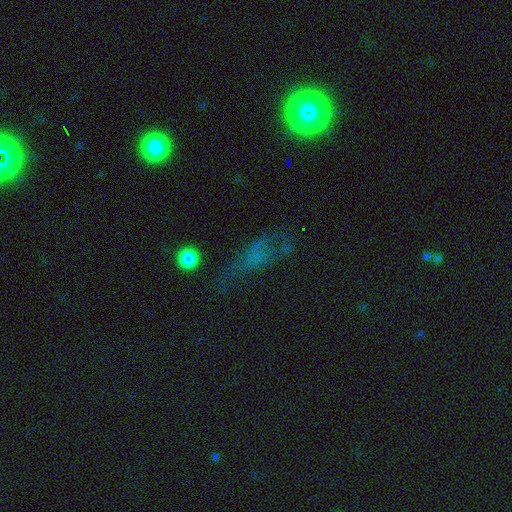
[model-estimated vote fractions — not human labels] Overall: smooth (43%; featured or disk 28%). Merging: none (49%; major disturbance 25%).